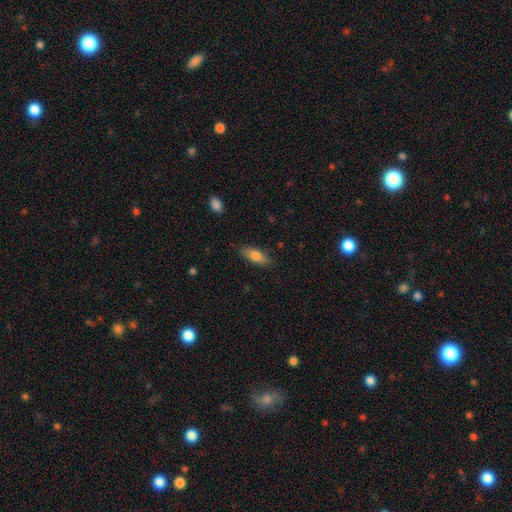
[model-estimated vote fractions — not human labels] This is likely a smooth galaxy (77%). How rounded: likely in between (66%). Merging: clearly none (85%).